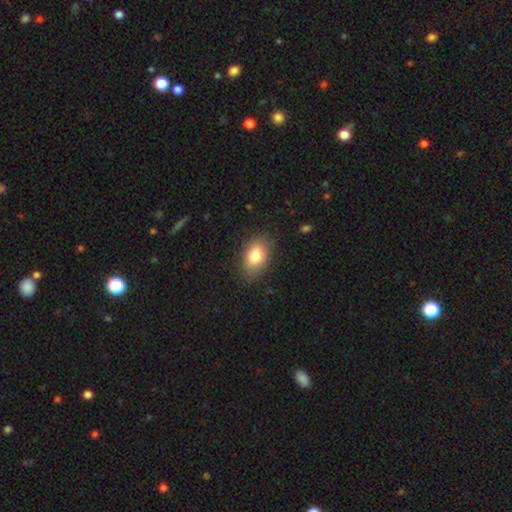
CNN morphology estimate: Smooth or featured?
  - smooth: 82% *
  - featured or disk: 10%
  - star or artifact: 8%
How rounded?
  - in between: 87% *
  - round: 11%
  - cigar-shaped: 2%
Merging?
  - none: 84% *
  - minor disturbance: 12%
  - major disturbance: 3%
  - merger: 1%